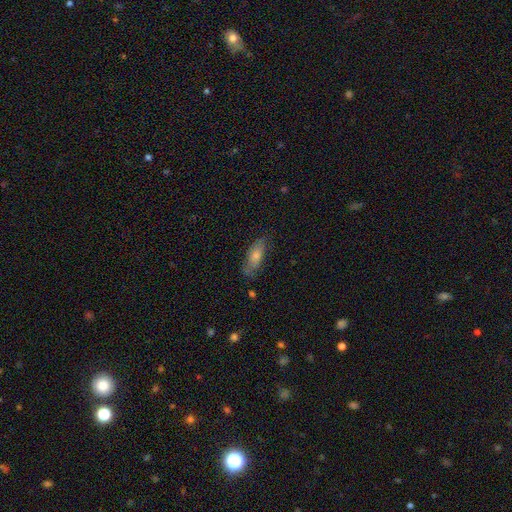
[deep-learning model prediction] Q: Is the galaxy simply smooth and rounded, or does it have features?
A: smooth — 57%.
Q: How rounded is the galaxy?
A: in between — 63%.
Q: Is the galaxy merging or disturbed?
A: none — 73%.